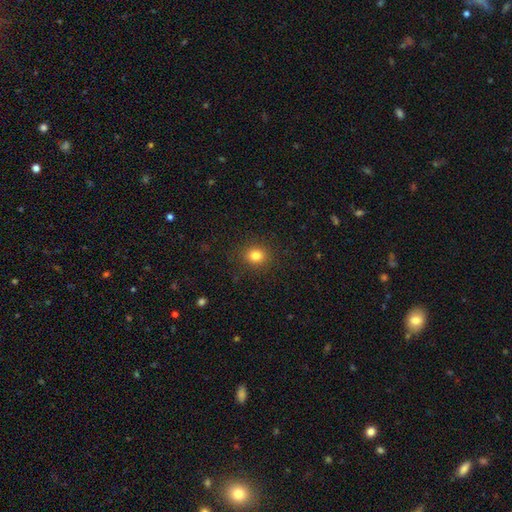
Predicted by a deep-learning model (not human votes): smooth 82%, star or artifact 12%, featured or disk 6%. Down the decision tree: how rounded — round (76%); merging — none (89%).